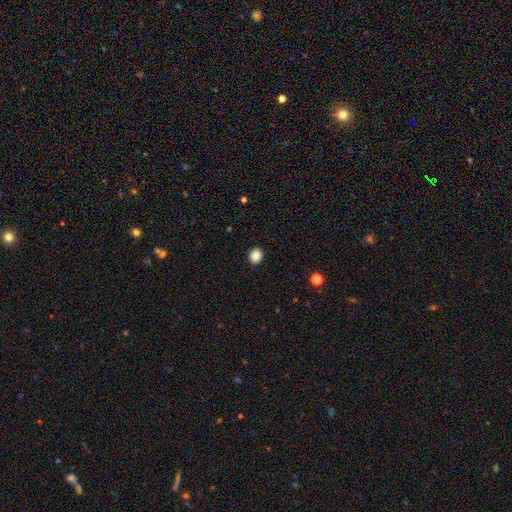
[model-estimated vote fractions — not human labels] Smooth or featured? Predicted: smooth (p=0.87). How rounded? Predicted: round (p=0.77). Merging? Predicted: none (p=0.93).